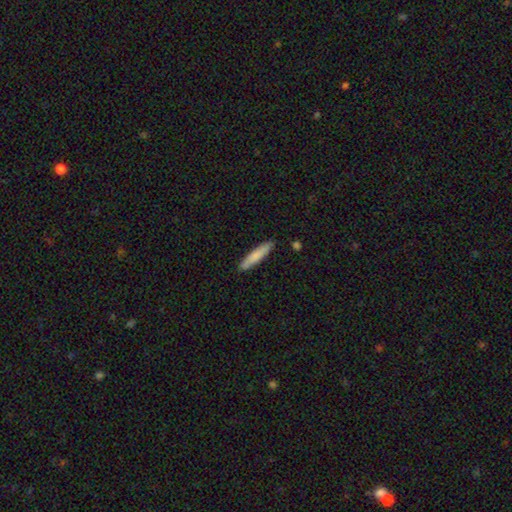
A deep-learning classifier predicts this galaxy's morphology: smooth_or_featured: smooth (p=0.79) [alt: featured or disk p=0.15]
how_rounded: cigar-shaped (p=0.88) [alt: in between p=0.11]
merging: none (p=0.88) [alt: minor disturbance p=0.09]